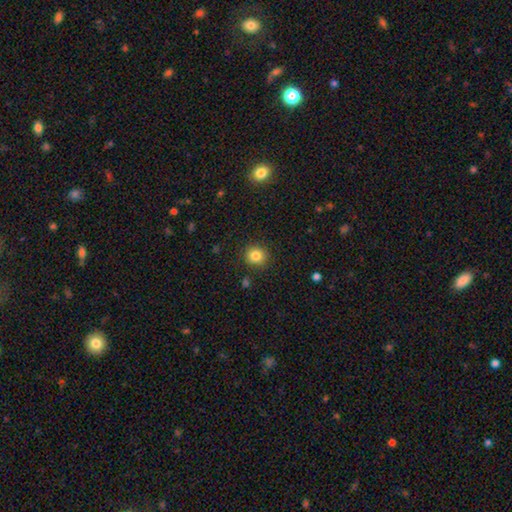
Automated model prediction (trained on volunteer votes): A smooth galaxy with no disk features (83%) that is round (90%). Merging: none (90%).